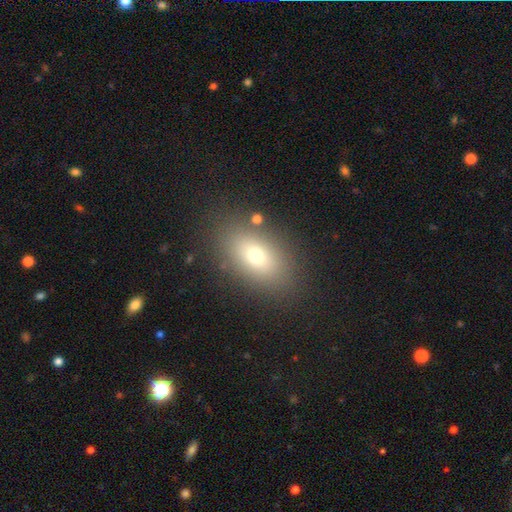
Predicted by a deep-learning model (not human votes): A smooth galaxy with no disk features (70%) that is in between round and cigar-shaped (83%).

Vote fractions:
- Smooth or featured? smooth: 70% / featured or disk: 17% / star or artifact: 13%
- How rounded? in between: 83% / round: 14% / cigar-shaped: 3%
- Merging? none: 84% / minor disturbance: 9% / major disturbance: 4% / merger: 3%